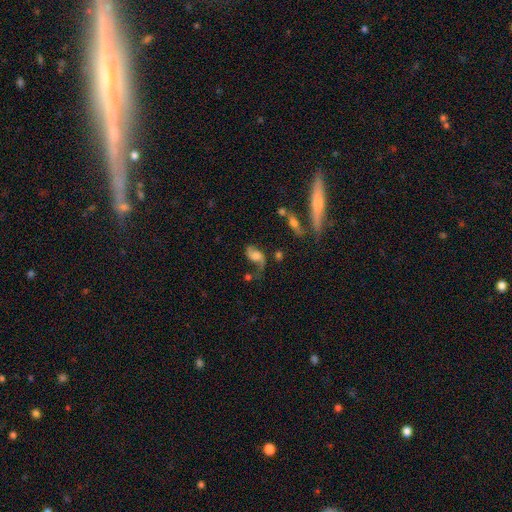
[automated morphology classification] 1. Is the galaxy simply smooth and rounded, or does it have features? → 72% featured or disk, 20% smooth, 8% star or artifact.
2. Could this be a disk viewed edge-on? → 95% no, 5% yes.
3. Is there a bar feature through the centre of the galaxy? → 64% no, 29% weak, 7% strong.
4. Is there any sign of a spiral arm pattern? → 92% yes, 8% no.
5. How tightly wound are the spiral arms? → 71% loose, 23% medium, 6% tight.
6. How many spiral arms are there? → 77% 2, 17% 1, 3% can't tell, 1% 3, 1% 4, 1% more than 4.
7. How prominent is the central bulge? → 35% moderate, 27% large, 18% small, 15% none, 4% dominant.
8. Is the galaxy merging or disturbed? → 46% none, 24% major disturbance, 22% minor disturbance, 8% merger.